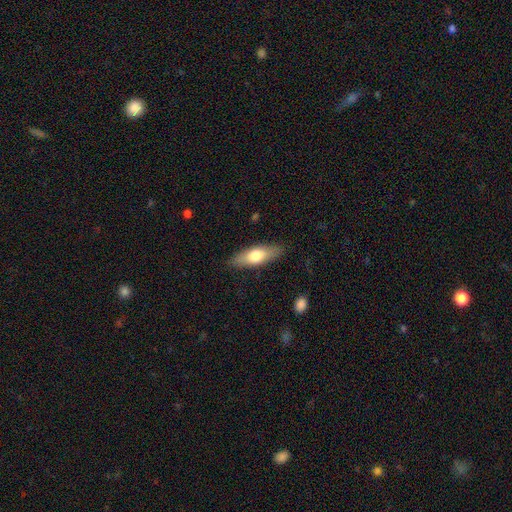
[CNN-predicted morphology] Smooth or featured? smooth (64%)
How rounded? in between (58%)
Merging? none (86%)